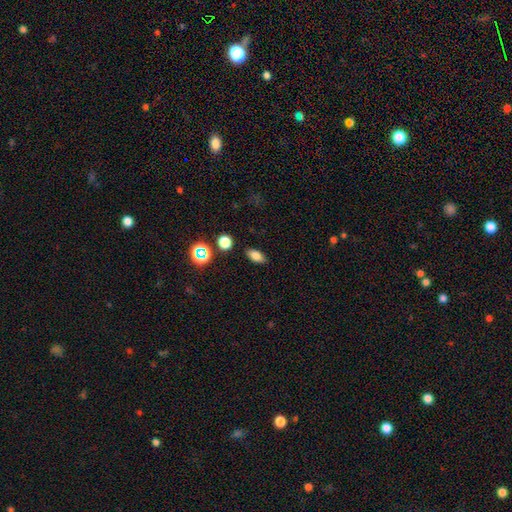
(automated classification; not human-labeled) smooth-or-featured: smooth: 78% | star or artifact: 13% | featured or disk: 9%
  how-rounded: in between: 87% | round: 8% | cigar-shaped: 5%
  merging: none: 87% | minor disturbance: 8% | major disturbance: 2% | merger: 2%